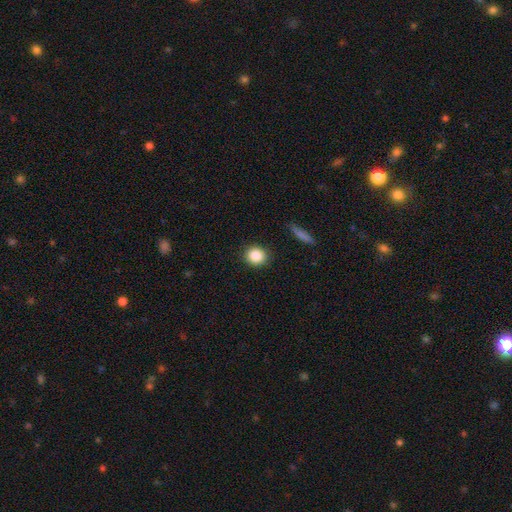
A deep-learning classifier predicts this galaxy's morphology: A smooth galaxy with no disk features (86%) that is round (86%).

Vote fractions:
- Smooth or featured? smooth: 86% / star or artifact: 9% / featured or disk: 5%
- How rounded? round: 86% / in between: 13% / cigar-shaped: 1%
- Merging? none: 90% / minor disturbance: 7% / major disturbance: 2% / merger: 1%